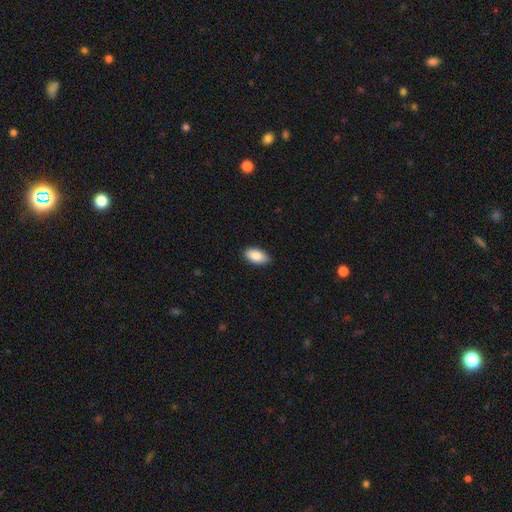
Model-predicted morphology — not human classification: This is clearly a smooth galaxy (87%). How rounded: clearly in between (94%). Merging: clearly none (85%).